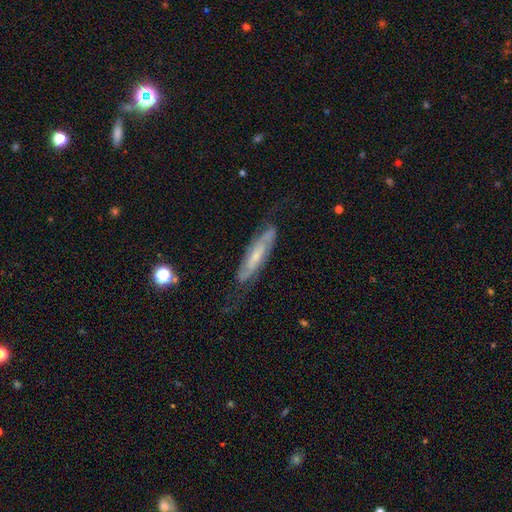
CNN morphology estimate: smooth-or-featured: featured or disk: 75% | smooth: 18% | star or artifact: 6%
  disk-edge-on: no: 71% | yes: 29%
    bar: no: 40% | weak: 36% | strong: 24%
    has-spiral-arms: yes: 90% | no: 10%
    bulge-size: small: 62% | moderate: 27% | none: 7% | large: 2% | dominant: 1%
  merging: none: 67% | minor disturbance: 21% | major disturbance: 10% | merger: 2%